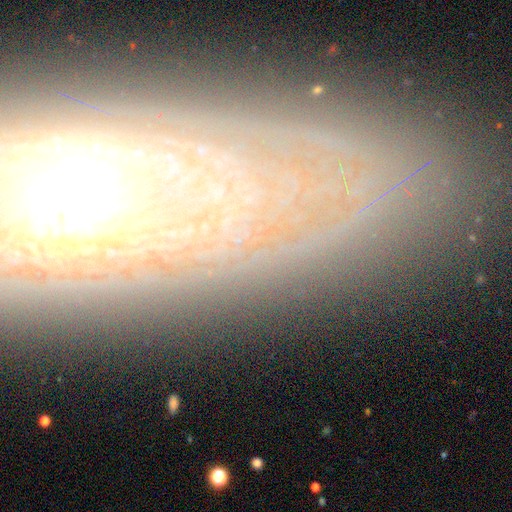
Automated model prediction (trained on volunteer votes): Overall: featured or disk (66%). Edge-on disk: no (65%; yes 35%). Merging: none (81%).